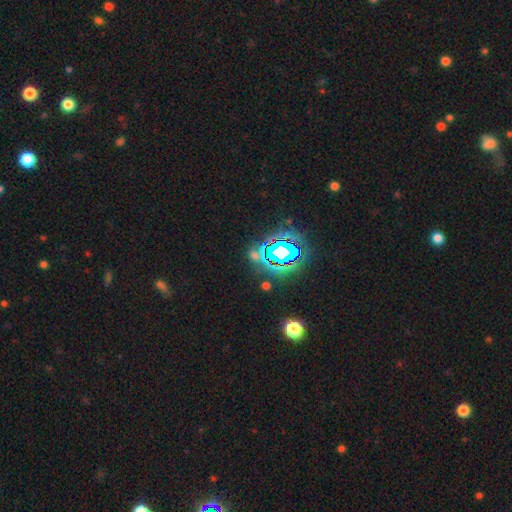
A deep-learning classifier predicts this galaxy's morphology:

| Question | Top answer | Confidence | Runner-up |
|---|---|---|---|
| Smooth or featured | star or artifact | 65% | smooth (23%) |